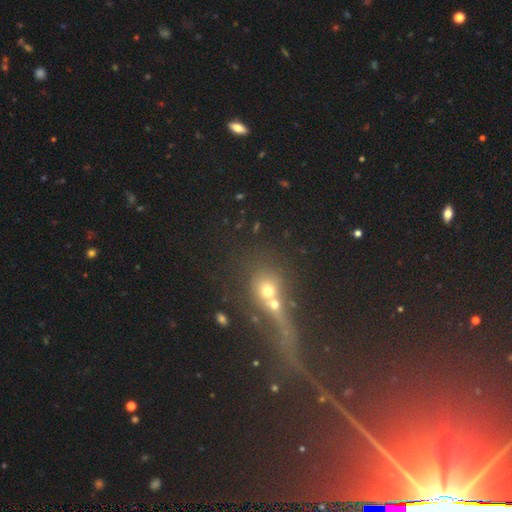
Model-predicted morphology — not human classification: Smooth or featured?
  - star or artifact: 62% *
  - smooth: 22%
  - featured or disk: 16%